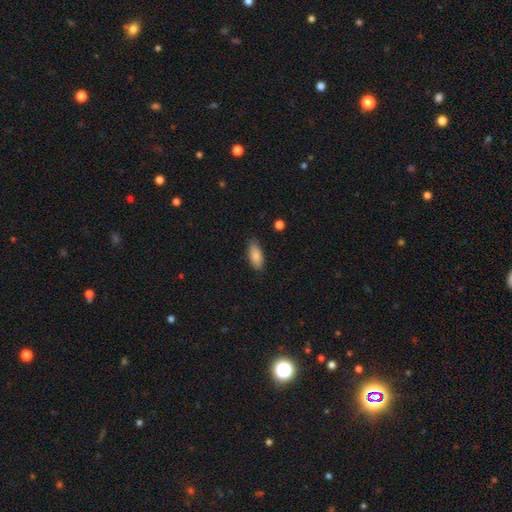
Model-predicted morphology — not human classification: A smooth galaxy with no disk features (87%) that is in between round and cigar-shaped (85%). Merging: none (82%).